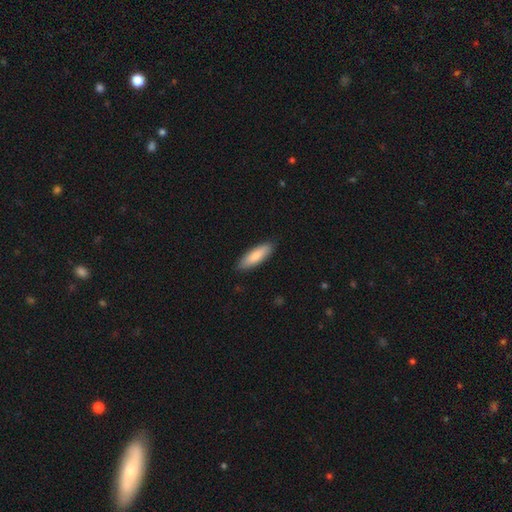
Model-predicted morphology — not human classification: The model was most divided on "how rounded": in between: 51%, cigar-shaped: 48%, round: 1%. More confident: merging — none (87%); smooth or featured — smooth (83%).